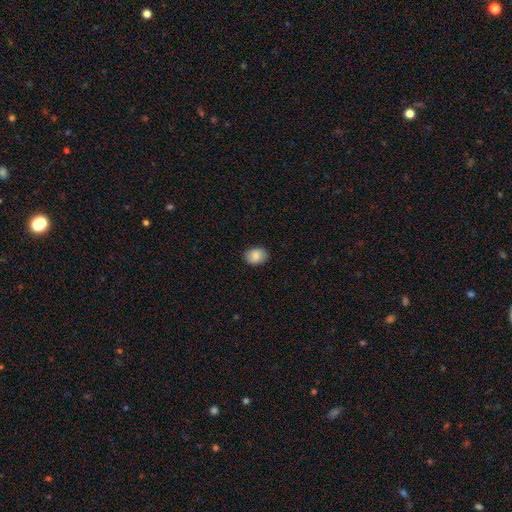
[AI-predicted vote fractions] Overall: smooth (86%). How rounded: in between (70%). Merging: none (88%).